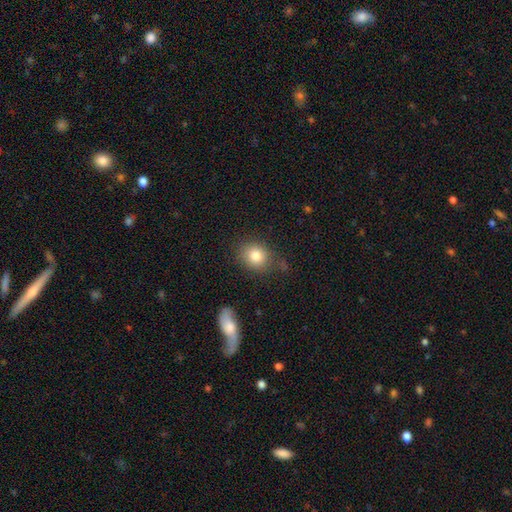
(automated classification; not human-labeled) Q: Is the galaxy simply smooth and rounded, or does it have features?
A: smooth — 82%.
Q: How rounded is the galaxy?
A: round — 65%.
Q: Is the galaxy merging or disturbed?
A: none — 75%.